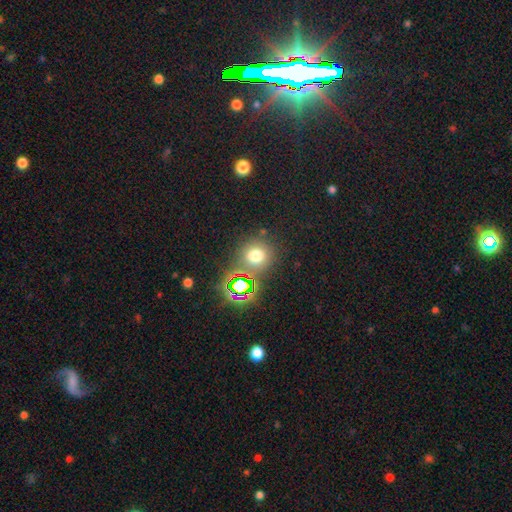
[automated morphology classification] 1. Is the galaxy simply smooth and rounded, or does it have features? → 65% smooth, 27% star or artifact, 9% featured or disk.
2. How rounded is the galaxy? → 82% round, 17% in between, 1% cigar-shaped.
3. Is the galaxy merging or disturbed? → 74% none, 11% merger, 11% minor disturbance, 5% major disturbance.